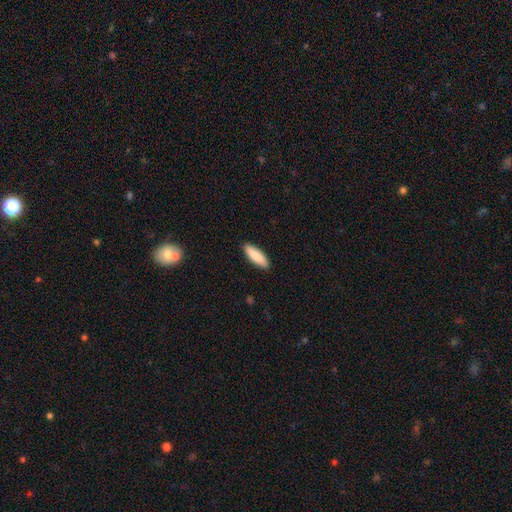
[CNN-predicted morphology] This is clearly a smooth galaxy (88%). How rounded: possibly in between (52%). Merging: clearly none (90%).